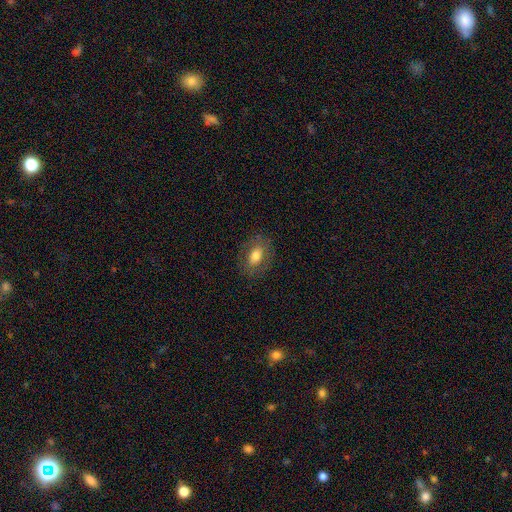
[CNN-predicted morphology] The model was most divided on "smooth or featured": smooth: 68%, featured or disk: 23%, star or artifact: 8%. More confident: merging — none (80%); how rounded — in between (80%).